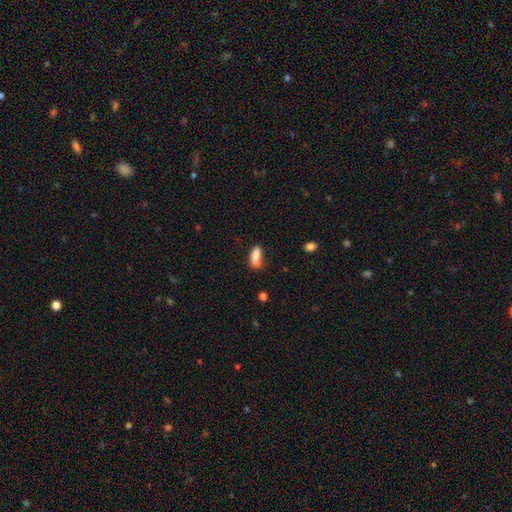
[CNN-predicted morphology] This is clearly a smooth galaxy (84%). How rounded: likely in between (79%). Merging: possibly none (53%).